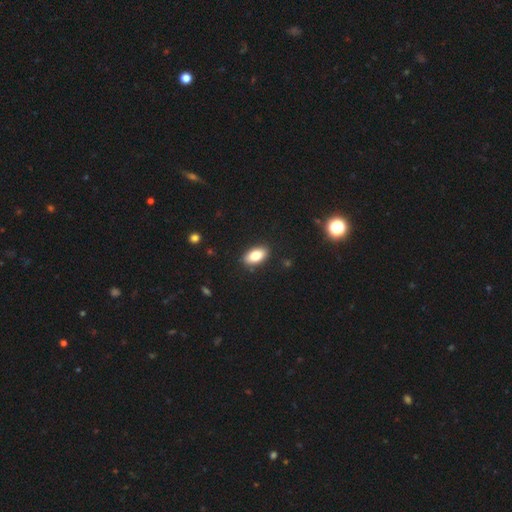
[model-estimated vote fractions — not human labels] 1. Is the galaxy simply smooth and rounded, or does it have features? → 80% smooth, 12% featured or disk, 8% star or artifact.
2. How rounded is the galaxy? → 91% in between, 5% cigar-shaped, 5% round.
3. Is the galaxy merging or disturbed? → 88% none, 9% minor disturbance, 2% major disturbance, 1% merger.